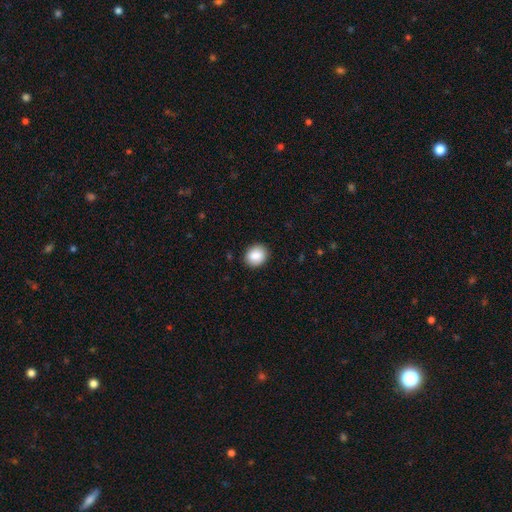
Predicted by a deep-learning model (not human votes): Q: Smooth or featured?
A: smooth (88%); runner-up: star or artifact (8%)
Q: How rounded?
A: round (64%); runner-up: in between (35%)
Q: Merging?
A: none (89%); runner-up: minor disturbance (8%)